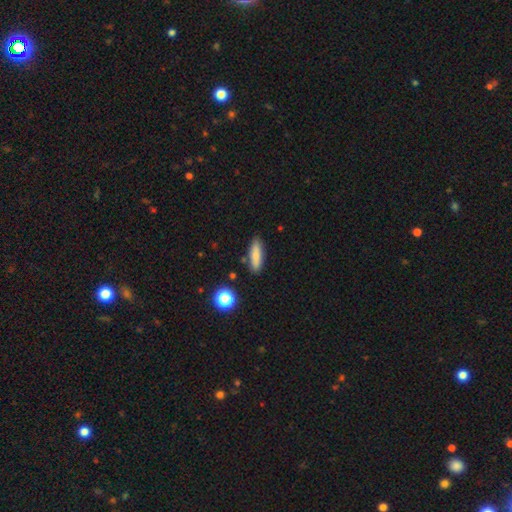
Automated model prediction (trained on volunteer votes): This appears to be a smooth galaxy with no disk features (76%) that is cigar-shaped (54%). Merging: none (85%).